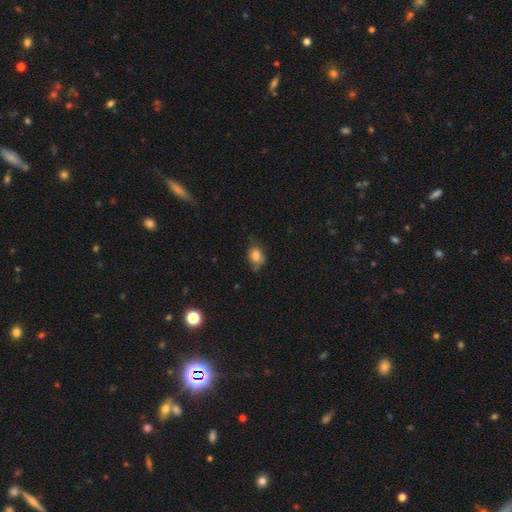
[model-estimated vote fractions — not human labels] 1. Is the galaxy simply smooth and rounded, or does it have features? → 79% smooth, 12% featured or disk, 10% star or artifact.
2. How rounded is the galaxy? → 62% in between, 37% round, 2% cigar-shaped.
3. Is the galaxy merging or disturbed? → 56% none, 34% minor disturbance, 9% major disturbance, 2% merger.